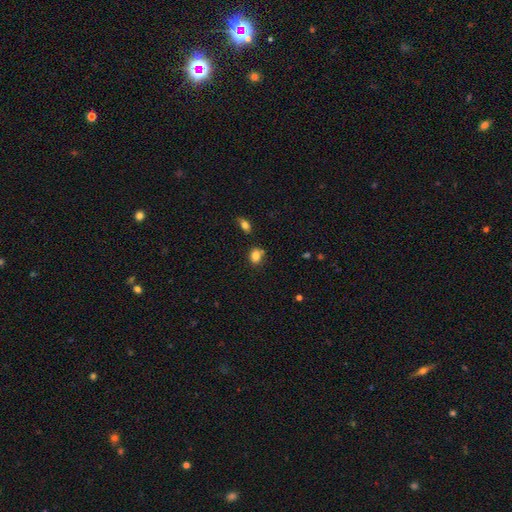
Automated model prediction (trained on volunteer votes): This appears to be a smooth galaxy with no disk features (83%) that is in between round and cigar-shaped (60%). Merging: none (66%).